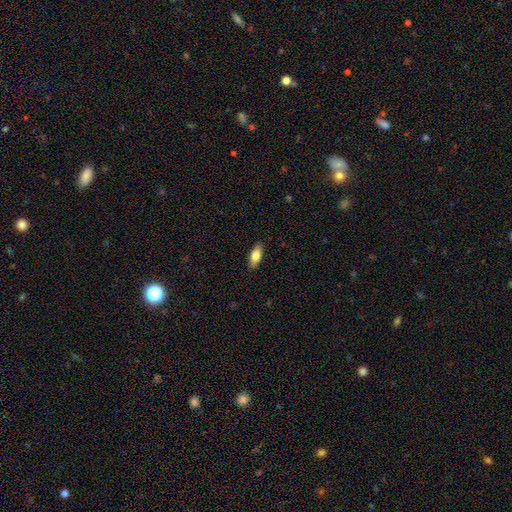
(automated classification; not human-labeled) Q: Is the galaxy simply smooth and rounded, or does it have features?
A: smooth — 76%.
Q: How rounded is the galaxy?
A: in between — 78%.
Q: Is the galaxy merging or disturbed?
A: none — 88%.